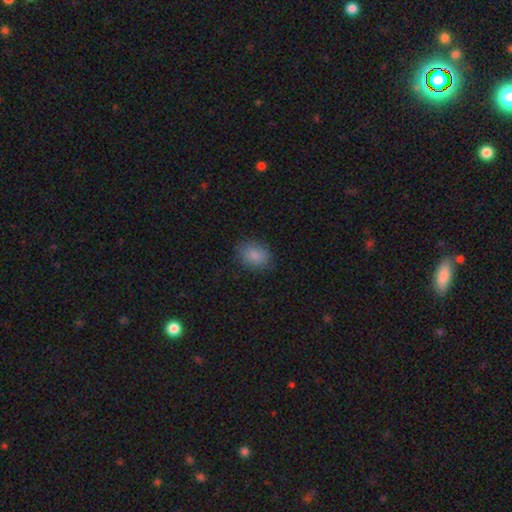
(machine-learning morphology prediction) smooth-or-featured: smooth: 86% | star or artifact: 8% | featured or disk: 6%
  how-rounded: in between: 63% | round: 36% | cigar-shaped: 1%
  merging: none: 83% | minor disturbance: 12% | major disturbance: 4% | merger: 1%